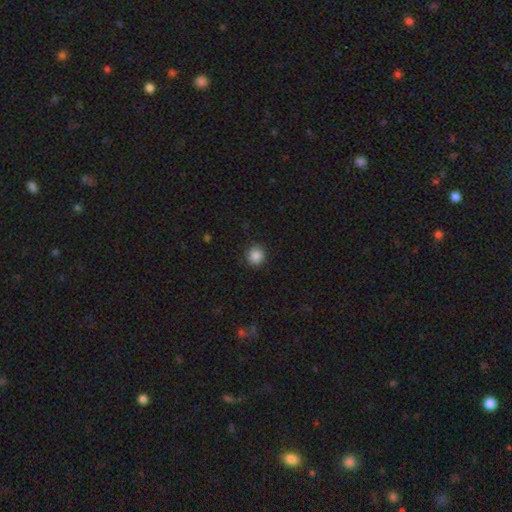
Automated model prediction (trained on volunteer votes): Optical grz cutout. It shows a smooth galaxy with no disk features (87%) that is round (92%). Merging: none (89%).